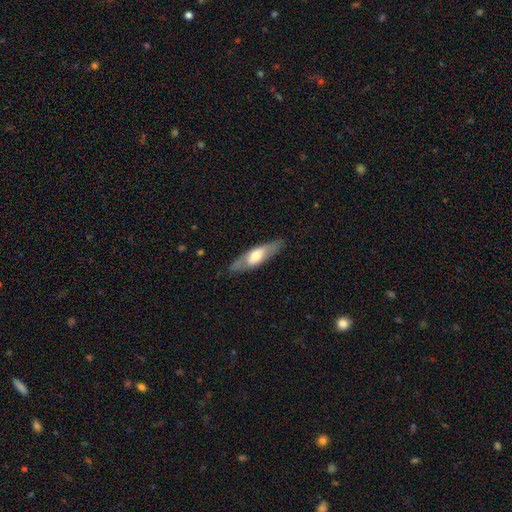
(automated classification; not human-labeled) Morphology: type=smooth (49%); merging=none (79%).